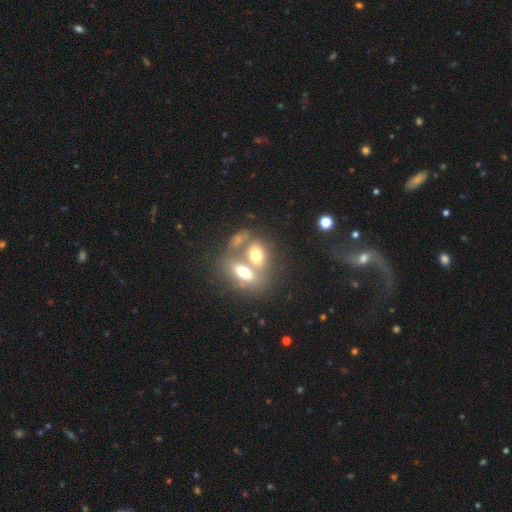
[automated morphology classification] This is likely a smooth galaxy (62%). How rounded: likely in between (80%). Merging: likely merger (60%).